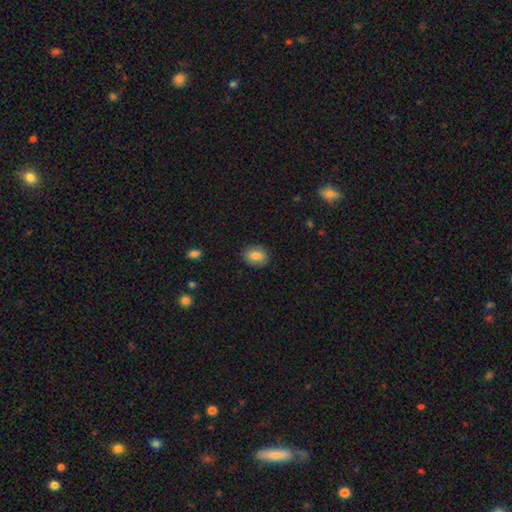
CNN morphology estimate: Smooth or featured? Predicted: smooth (p=0.83). How rounded? Predicted: in between (p=0.61). Merging? Predicted: none (p=0.87).